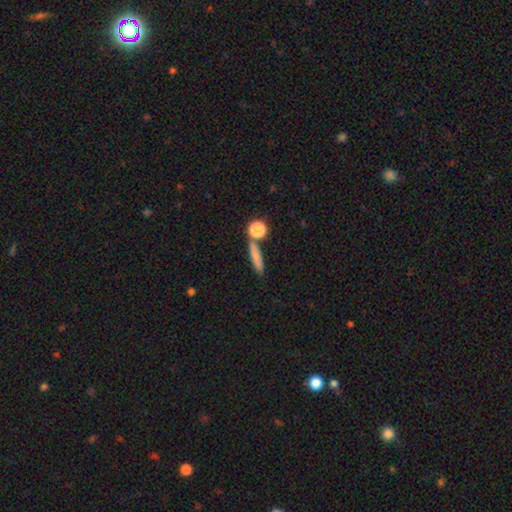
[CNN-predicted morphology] Smooth or featured? smooth (75%)
How rounded? cigar-shaped (69%)
Merging? none (73%)